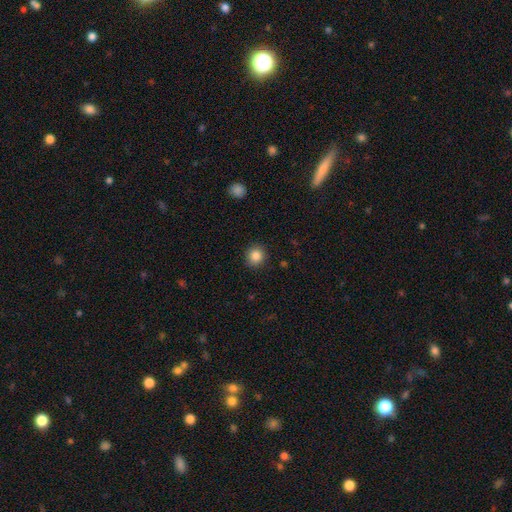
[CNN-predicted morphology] Smooth or featured?
  - smooth: 86% *
  - star or artifact: 10%
  - featured or disk: 4%
How rounded?
  - round: 89% *
  - in between: 11%
  - cigar-shaped: 1%
Merging?
  - none: 90% *
  - minor disturbance: 6%
  - major disturbance: 2%
  - merger: 1%